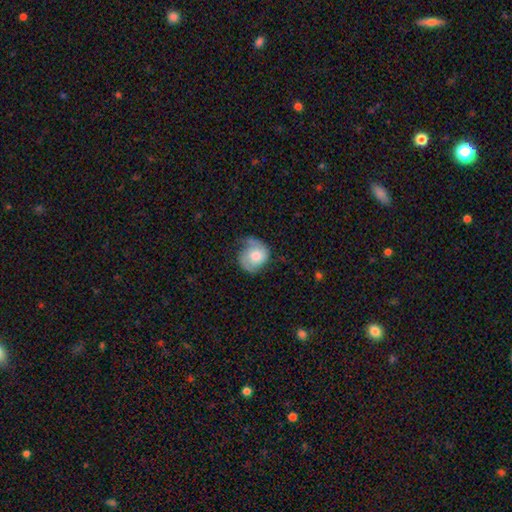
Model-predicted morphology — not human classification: A smooth galaxy with no disk features (50%) that is round (71%).

Vote fractions:
- Smooth or featured? smooth: 50% / featured or disk: 43% / star or artifact: 7%
- How rounded? round: 71% / in between: 28% / cigar-shaped: 1%
- Merging? none: 43% / minor disturbance: 36% / major disturbance: 19% / merger: 2%